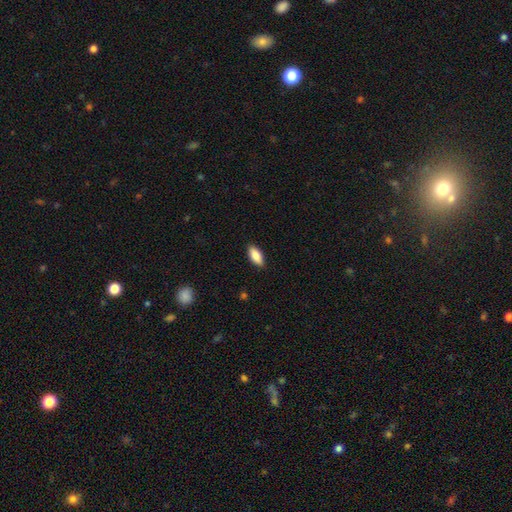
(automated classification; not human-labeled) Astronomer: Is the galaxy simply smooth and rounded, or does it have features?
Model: smooth — 88%.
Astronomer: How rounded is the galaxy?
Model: in between — 89%.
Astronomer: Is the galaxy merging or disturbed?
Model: none — 88%.